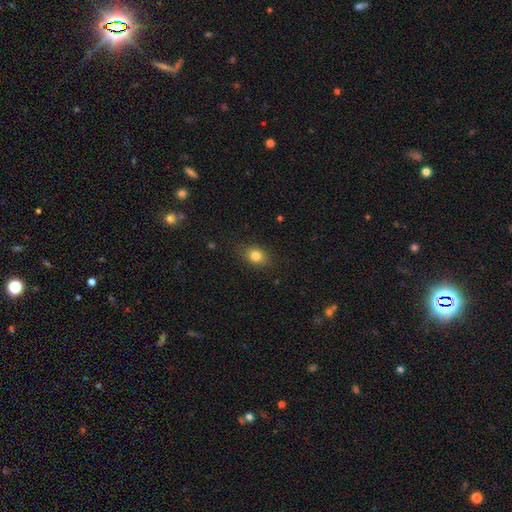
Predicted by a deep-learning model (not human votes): A smooth galaxy with no disk features (81%) that is in between round and cigar-shaped (57%). Merging: none (84%).